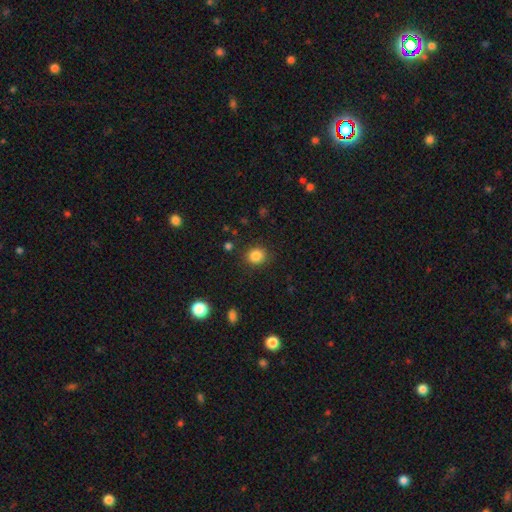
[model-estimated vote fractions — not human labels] Smooth or featured: smooth — 85% (star or artifact — 11%)
How rounded: round — 81% (in between — 19%)
Merging: none — 88% (minor disturbance — 8%)